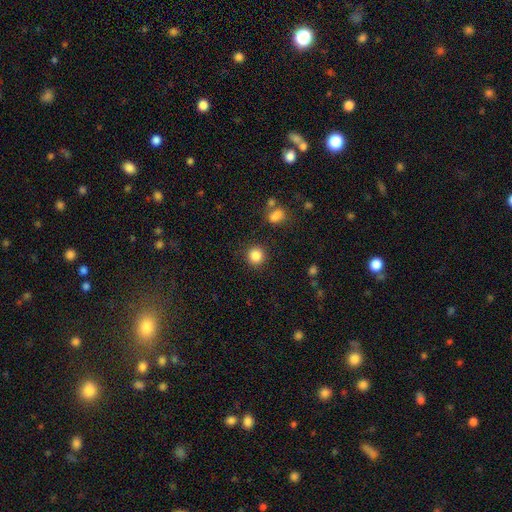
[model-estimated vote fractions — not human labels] A smooth galaxy with no disk features (86%) that is round (93%). Merging: none (90%).